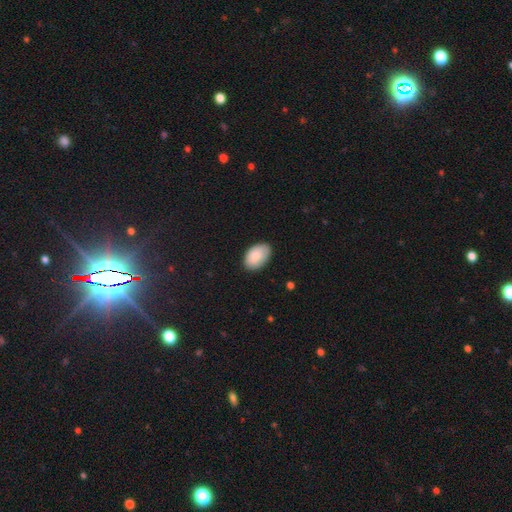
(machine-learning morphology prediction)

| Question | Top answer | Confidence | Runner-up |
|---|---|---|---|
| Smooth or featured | smooth | 87% | featured or disk (7%) |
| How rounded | in between | 92% | round (7%) |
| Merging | none | 83% | minor disturbance (14%) |